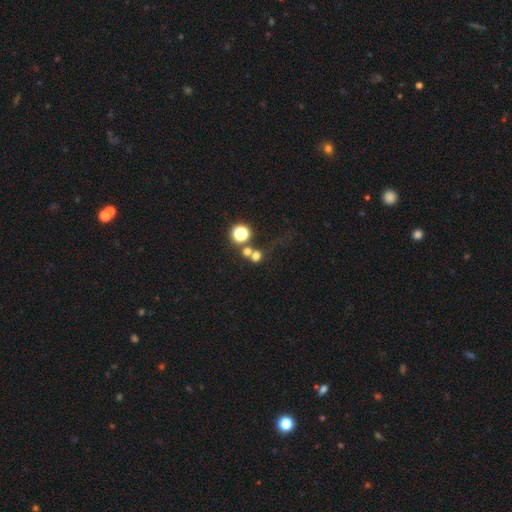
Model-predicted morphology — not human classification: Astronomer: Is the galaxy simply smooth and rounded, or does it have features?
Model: smooth — 64%.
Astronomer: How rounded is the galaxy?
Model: round — 79%.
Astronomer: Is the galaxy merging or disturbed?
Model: none — 42% (runner-up: merger, 39%).